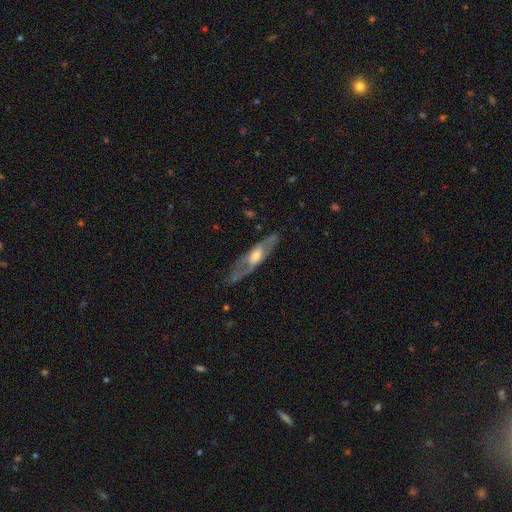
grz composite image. It shows a featured or disk galaxy (72%) with a strong bar (33%, tied with weak and no), 2 (62%) loose (50%) spiral arms (53%) and a moderate central bulge (53%). Merging: none (54%).